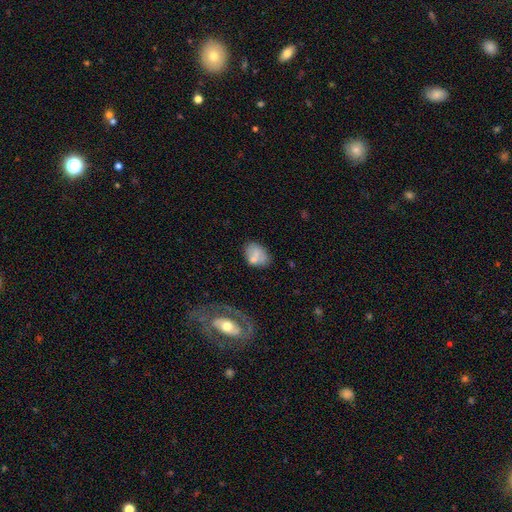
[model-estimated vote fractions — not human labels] Morphology: type=smooth (70%); roundness=in between (75%); merging=none (54%).